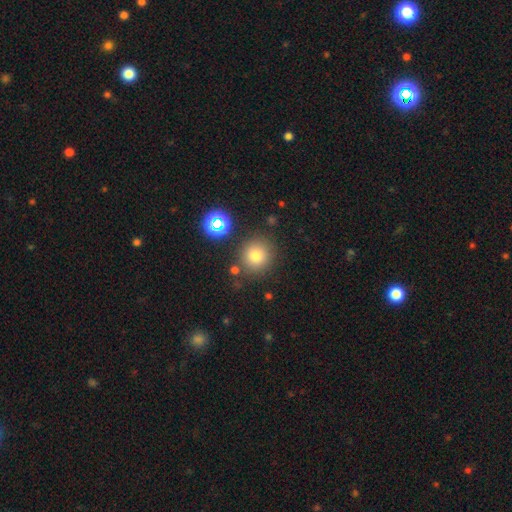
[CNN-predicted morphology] A smooth galaxy with no disk features (76%) that is round (92%). Merging: none (81%).